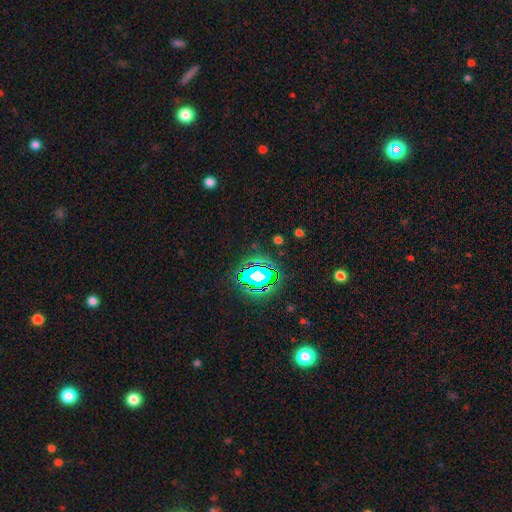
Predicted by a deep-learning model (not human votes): smooth_or_featured: star or artifact (p=0.80) [alt: smooth p=0.12]